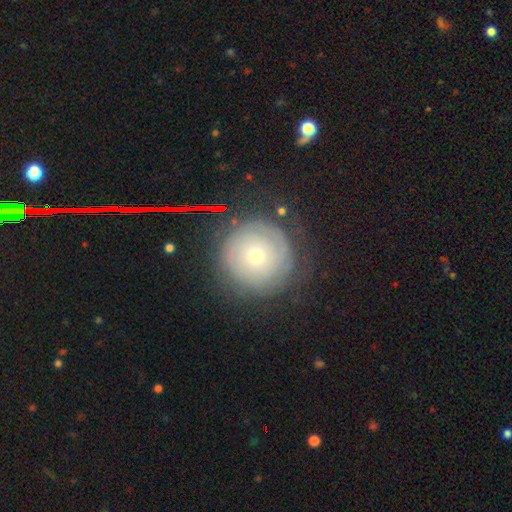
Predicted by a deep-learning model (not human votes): Smooth or featured?
  - featured or disk: 53% *
  - smooth: 37%
  - star or artifact: 10%
Edge-on disk?
  - no: 96% *
  - yes: 4%
Bar?
  - no: 86% *
  - weak: 11%
  - strong: 3%
Spiral arms?
  - yes: 69% *
  - no: 31%
Bulge size?
  - small: 59% *
  - moderate: 36%
  - large: 3%
  - dominant: 1%
  - none: 1%
Merging?
  - none: 77% *
  - minor disturbance: 14%
  - major disturbance: 7%
  - merger: 2%